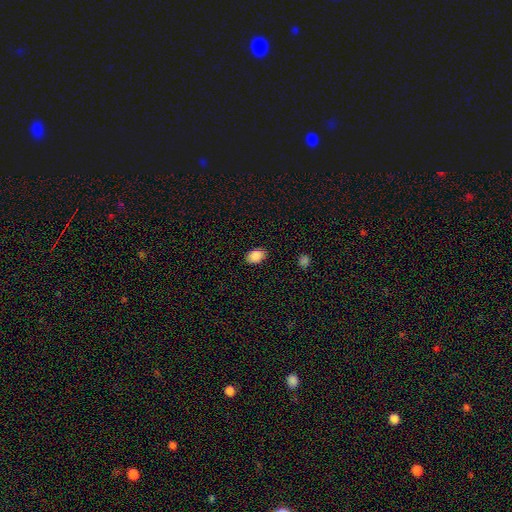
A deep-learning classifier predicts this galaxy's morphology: smooth-or-featured: smooth: 88% | star or artifact: 8% | featured or disk: 4%
  how-rounded: in between: 85% | round: 14% | cigar-shaped: 1%
  merging: none: 87% | minor disturbance: 10% | major disturbance: 2% | merger: 1%